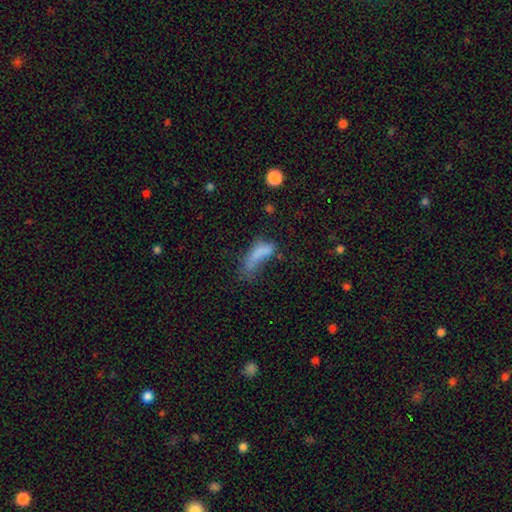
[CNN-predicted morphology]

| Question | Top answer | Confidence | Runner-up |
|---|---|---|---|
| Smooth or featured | smooth | 62% | featured or disk (22%) |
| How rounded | in between | 55% | cigar-shaped (40%) |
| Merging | major disturbance | 39% | none (26%) |